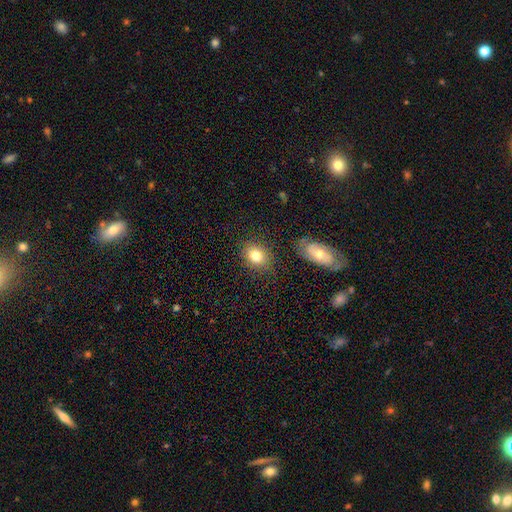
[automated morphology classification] Smooth or featured: smooth — 80% (featured or disk — 10%)
How rounded: in between — 57% (round — 42%)
Merging: none — 82% (minor disturbance — 11%)